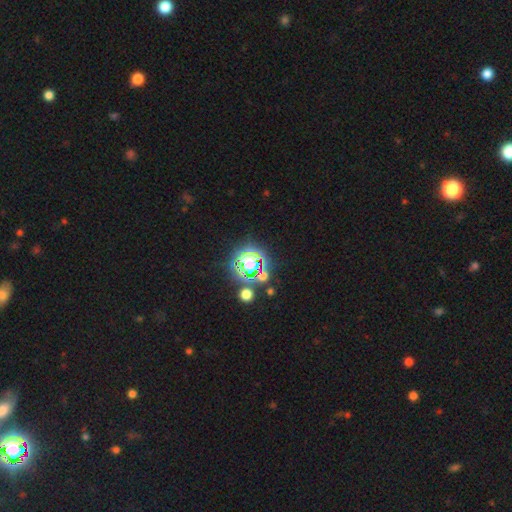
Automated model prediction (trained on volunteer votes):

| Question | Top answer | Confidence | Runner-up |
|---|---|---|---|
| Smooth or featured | star or artifact | 76% | smooth (17%) |